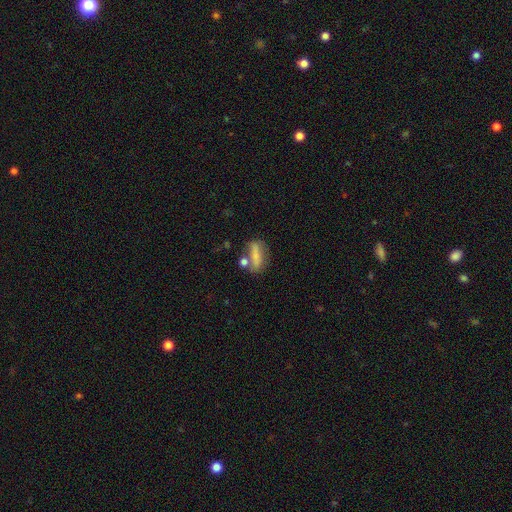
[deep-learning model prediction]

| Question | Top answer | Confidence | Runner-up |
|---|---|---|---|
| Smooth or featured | smooth | 66% | featured or disk (24%) |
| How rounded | in between | 54% | cigar-shaped (37%) |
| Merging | none | 55% | merger (20%) |